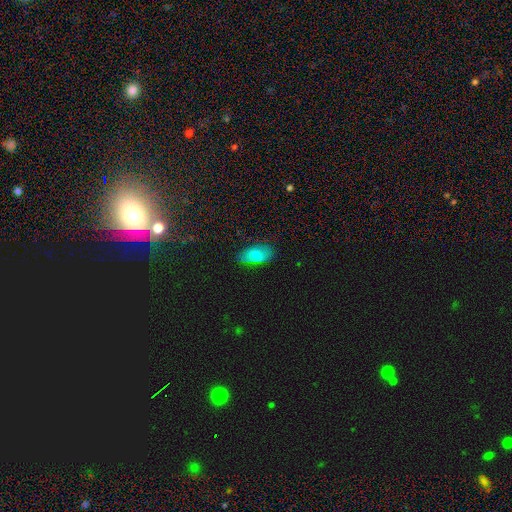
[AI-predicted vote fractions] smooth_or_featured: smooth (p=0.72) [alt: featured or disk p=0.18]
how_rounded: in between (p=0.90) [alt: cigar-shaped p=0.05]
merging: none (p=0.73) [alt: minor disturbance p=0.21]